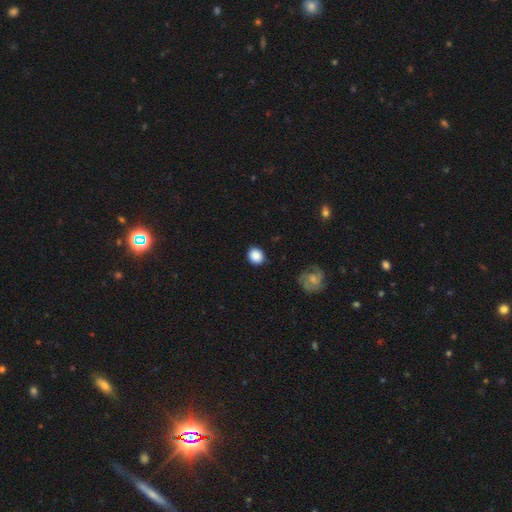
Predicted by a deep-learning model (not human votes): Overall: smooth (87%). How rounded: round (73%). Merging: none (87%).